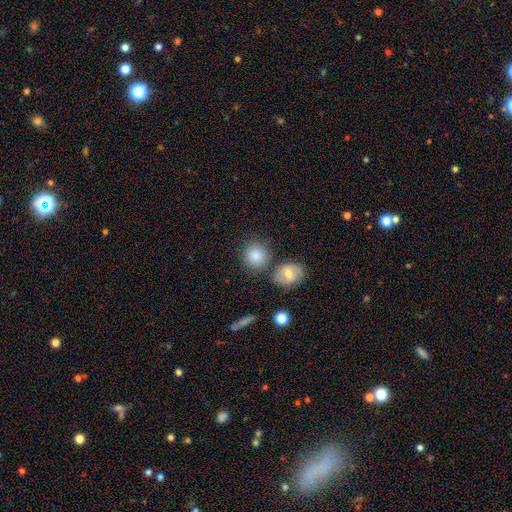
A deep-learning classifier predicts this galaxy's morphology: smooth-or-featured: smooth: 84% | star or artifact: 9% | featured or disk: 8%
  how-rounded: round: 85% | in between: 14% | cigar-shaped: 1%
  merging: none: 73% | merger: 13% | minor disturbance: 11% | major disturbance: 3%